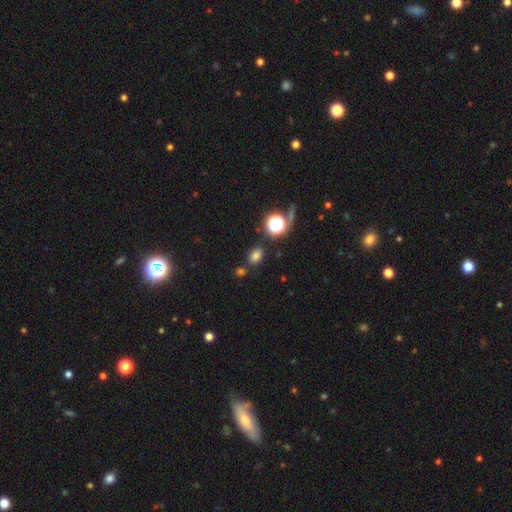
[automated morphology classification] This appears to be a smooth galaxy with no disk features (73%) that is in between round and cigar-shaped (69%). Merging: none (76%).